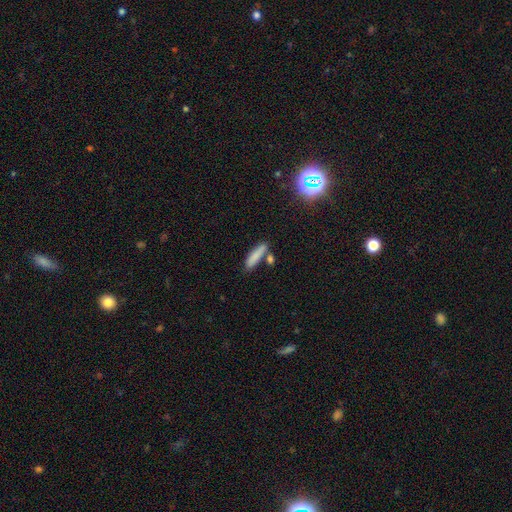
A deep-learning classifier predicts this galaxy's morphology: A smooth galaxy with no disk features (83%) that is cigar-shaped (71%).

Vote fractions:
- Smooth or featured? smooth: 83% / featured or disk: 10% / star or artifact: 7%
- How rounded? cigar-shaped: 71% / in between: 27% / round: 2%
- Merging? none: 69% / merger: 14% / minor disturbance: 13% / major disturbance: 4%